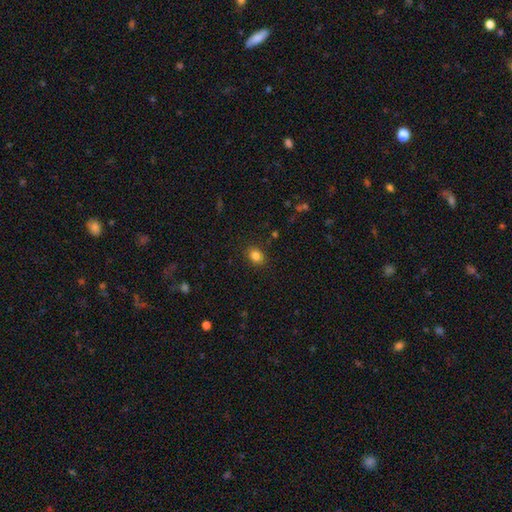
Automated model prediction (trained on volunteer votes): Smooth or featured? smooth (84%)
How rounded? in between (53%)
Merging? none (88%)